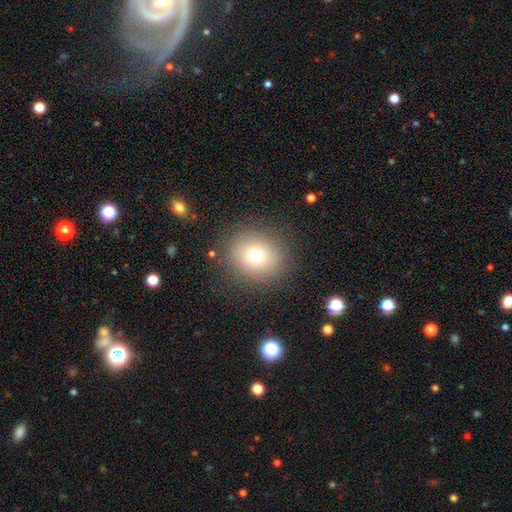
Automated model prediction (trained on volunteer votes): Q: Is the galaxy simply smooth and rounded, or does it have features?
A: smooth — 72%.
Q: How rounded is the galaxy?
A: round — 81%.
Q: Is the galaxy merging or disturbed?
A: none — 84%.